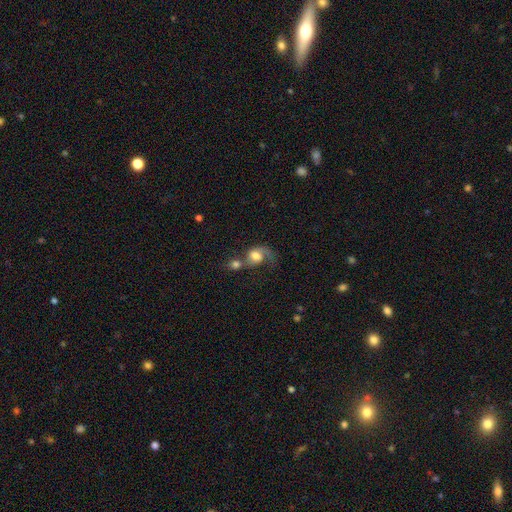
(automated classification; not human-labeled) A smooth galaxy with no disk features (53%) that is round (55%).

Vote fractions:
- Smooth or featured? smooth: 53% / featured or disk: 37% / star or artifact: 10%
- How rounded? round: 55% / in between: 43% / cigar-shaped: 2%
- Merging? merger: 58% / major disturbance: 19% / none: 15% / minor disturbance: 8%